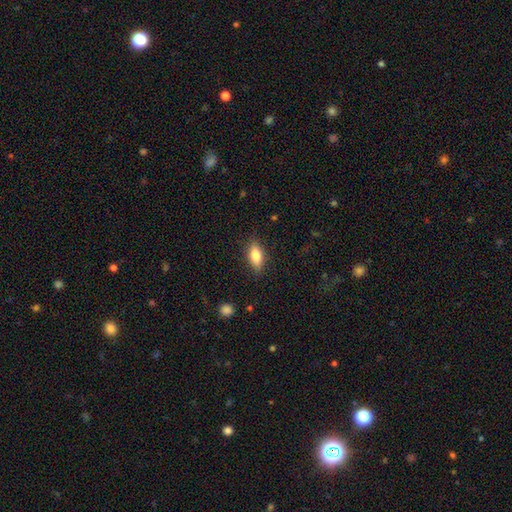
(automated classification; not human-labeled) This appears to be a smooth galaxy with no disk features (79%) that is in between round and cigar-shaped (82%). Merging: none (84%).